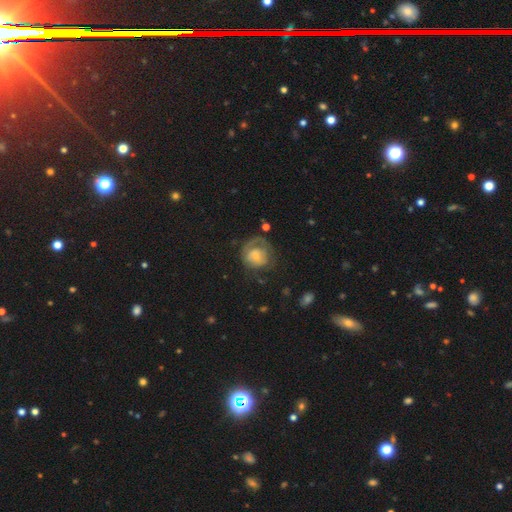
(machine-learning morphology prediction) Q: Smooth or featured?
A: featured or disk (50%); runner-up: smooth (42%)
Q: Merging?
A: none (48%); runner-up: major disturbance (28%)